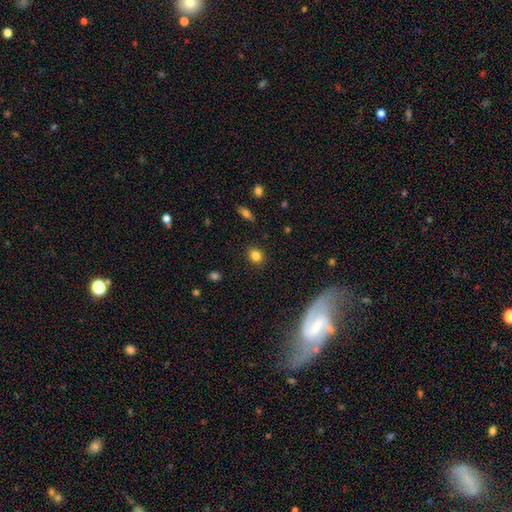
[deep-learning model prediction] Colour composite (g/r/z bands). It shows a smooth galaxy with no disk features (83%) that is round (74%). Merging: none (89%).